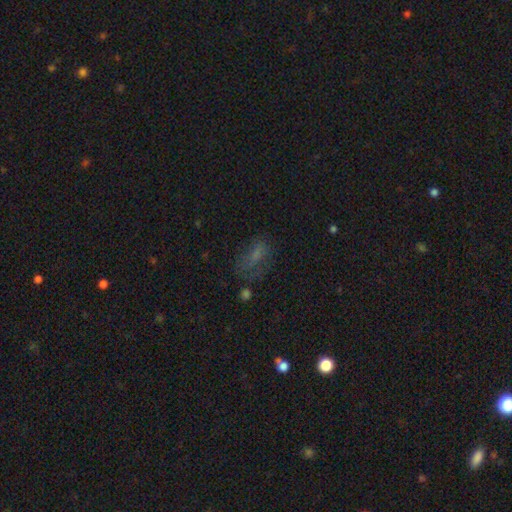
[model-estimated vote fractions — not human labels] smooth 49%, star or artifact 29%, featured or disk 22%. Down the decision tree: merging — none (52%).